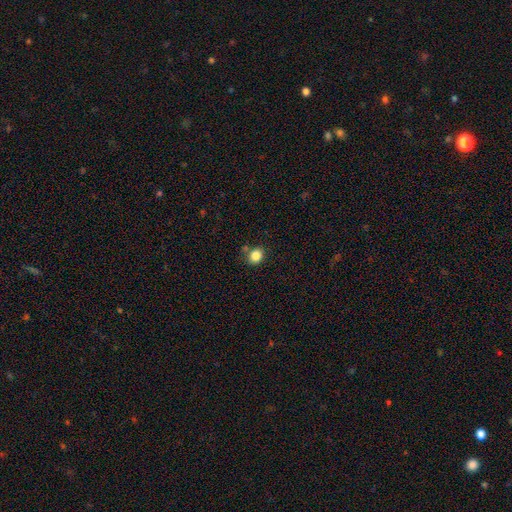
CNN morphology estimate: Smooth or featured? Predicted: smooth (p=0.84). How rounded? Predicted: round (p=0.69). Merging? Predicted: none (p=0.77).